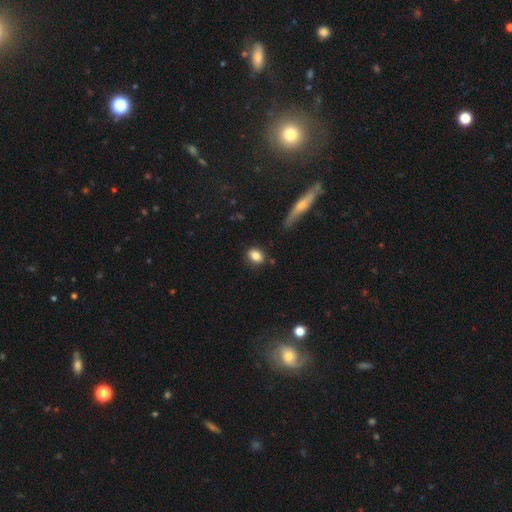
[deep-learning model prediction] smooth_or_featured: smooth (p=0.84) [alt: star or artifact p=0.09]
how_rounded: in between (p=0.62) [alt: round p=0.35]
merging: none (p=0.81) [alt: minor disturbance p=0.12]